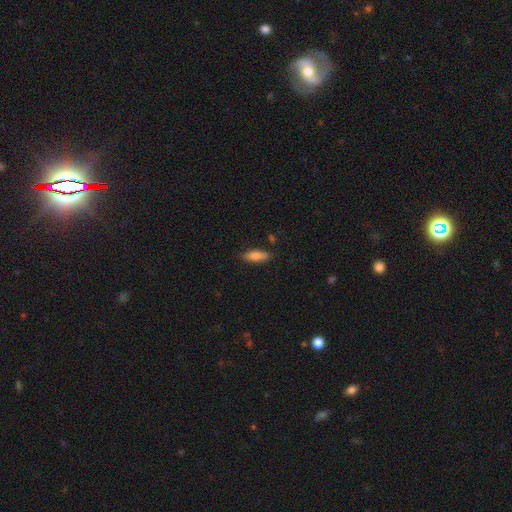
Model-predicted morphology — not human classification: This is likely a smooth galaxy (77%). How rounded: possibly cigar-shaped (50%). Merging: clearly none (82%).